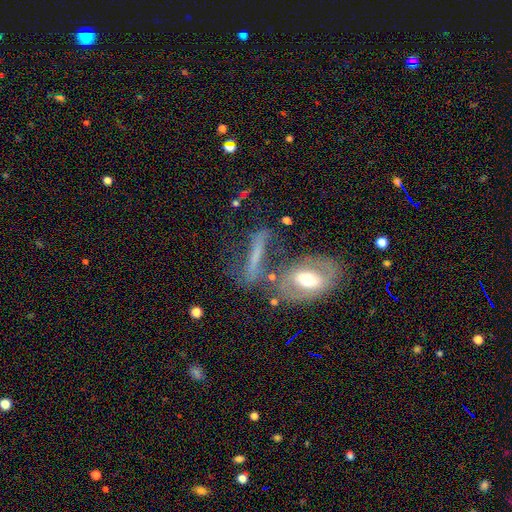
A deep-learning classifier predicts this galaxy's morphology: A featured or disk galaxy (54%).

Vote fractions:
- Smooth or featured? featured or disk: 54% / smooth: 33% / star or artifact: 13%
- Edge-on disk? no: 60% / yes: 40%
- Merging? none: 44% / merger: 26% / minor disturbance: 17% / major disturbance: 14%